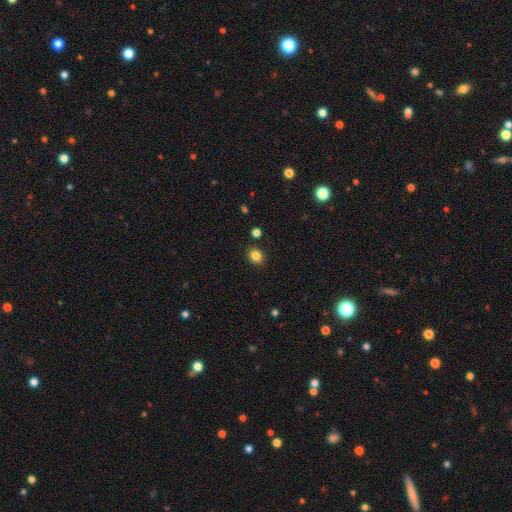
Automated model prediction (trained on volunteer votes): smooth-or-featured: smooth: 84% | star or artifact: 11% | featured or disk: 5%
  how-rounded: round: 59% | in between: 40% | cigar-shaped: 1%
  merging: none: 88% | minor disturbance: 7% | merger: 2% | major disturbance: 2%